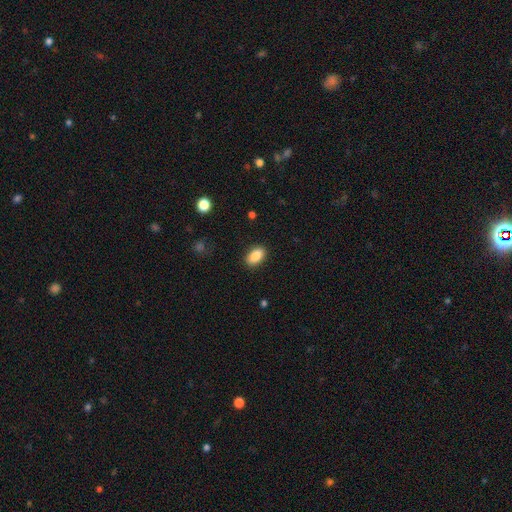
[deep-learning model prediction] Morphology: type=smooth (88%); roundness=in between (92%); merging=none (88%).